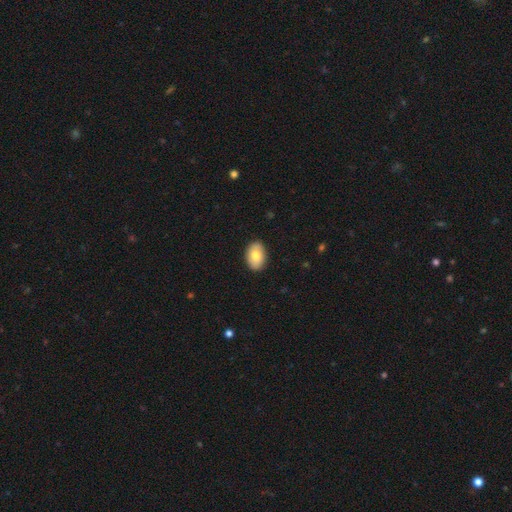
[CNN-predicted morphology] smooth-or-featured: smooth: 77% | featured or disk: 17% | star or artifact: 7%
  how-rounded: in between: 86% | round: 13% | cigar-shaped: 1%
  merging: none: 88% | minor disturbance: 9% | major disturbance: 2% | merger: 1%